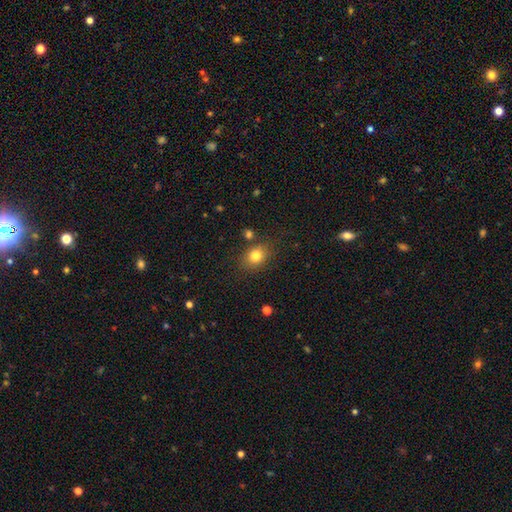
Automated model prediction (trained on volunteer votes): Smooth or featured?
  - smooth: 80% *
  - star or artifact: 11%
  - featured or disk: 8%
How rounded?
  - round: 51% *
  - in between: 48%
  - cigar-shaped: 1%
Merging?
  - none: 78% *
  - minor disturbance: 13%
  - merger: 5%
  - major disturbance: 4%